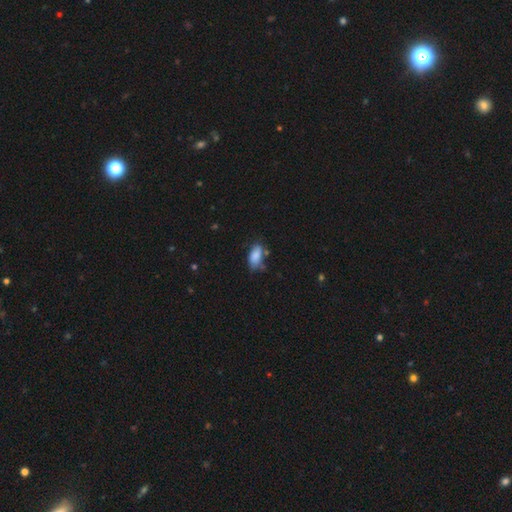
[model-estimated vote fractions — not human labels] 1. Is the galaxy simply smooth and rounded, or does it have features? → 84% smooth, 8% featured or disk, 8% star or artifact.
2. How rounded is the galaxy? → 91% in between, 6% cigar-shaped, 4% round.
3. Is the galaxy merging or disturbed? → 55% none, 30% minor disturbance, 8% major disturbance, 7% merger.